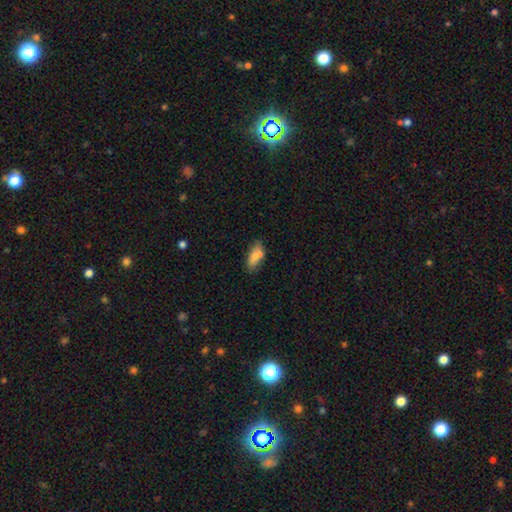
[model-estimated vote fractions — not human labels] Morphology: type=smooth (77%); roundness=in between (79%); merging=none (58%).